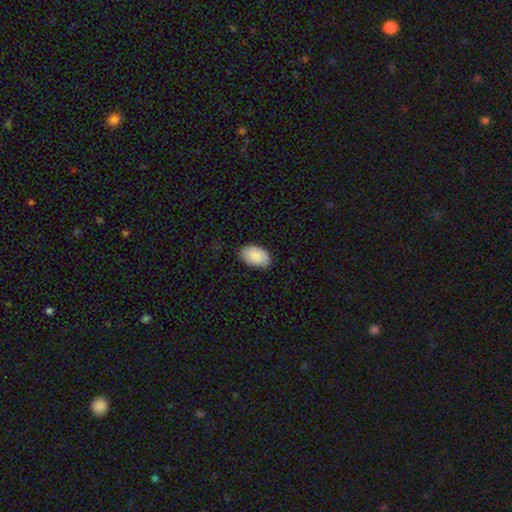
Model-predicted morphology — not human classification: Q: Smooth or featured?
A: smooth (89%); runner-up: star or artifact (6%)
Q: How rounded?
A: in between (93%); runner-up: round (6%)
Q: Merging?
A: none (85%); runner-up: minor disturbance (12%)